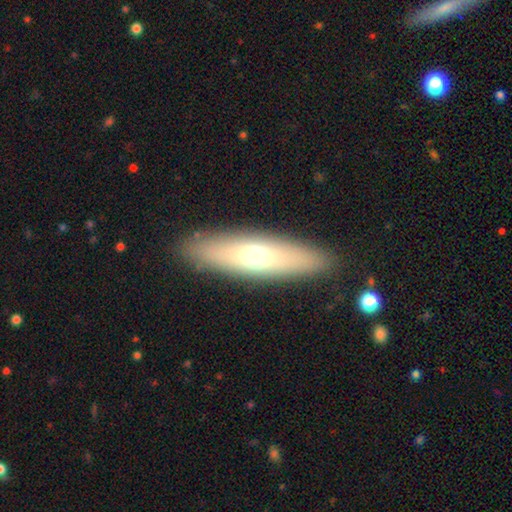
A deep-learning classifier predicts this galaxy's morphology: type=smooth (60%); roundness=cigar-shaped (63%); merging=none (89%).